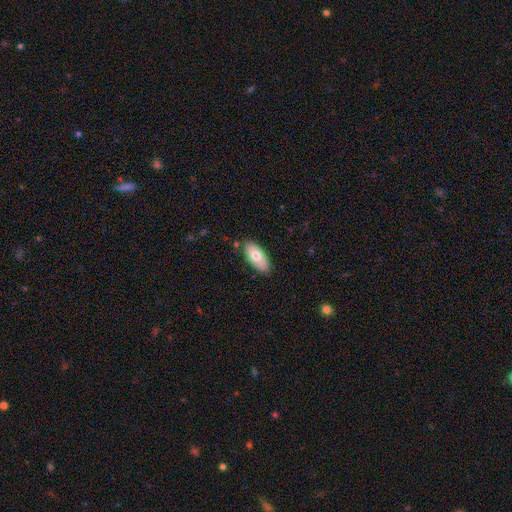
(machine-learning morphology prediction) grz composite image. It shows a smooth galaxy with no disk features (73%) that is in between round and cigar-shaped (89%). Merging: none (84%).